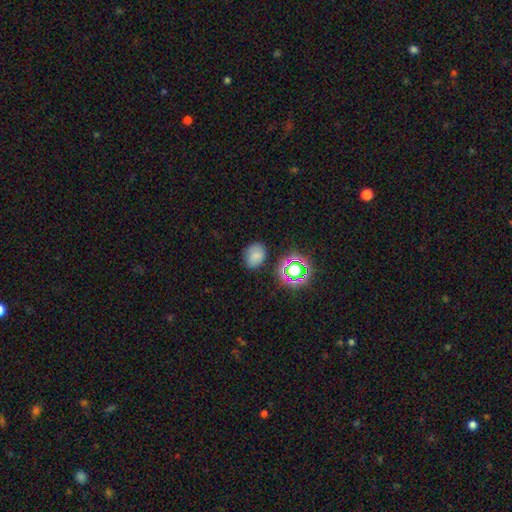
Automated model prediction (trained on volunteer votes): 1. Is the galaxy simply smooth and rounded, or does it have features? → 72% smooth, 19% star or artifact, 9% featured or disk.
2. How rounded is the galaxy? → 57% in between, 42% round, 1% cigar-shaped.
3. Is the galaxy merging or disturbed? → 79% none, 14% minor disturbance, 4% major disturbance, 3% merger.